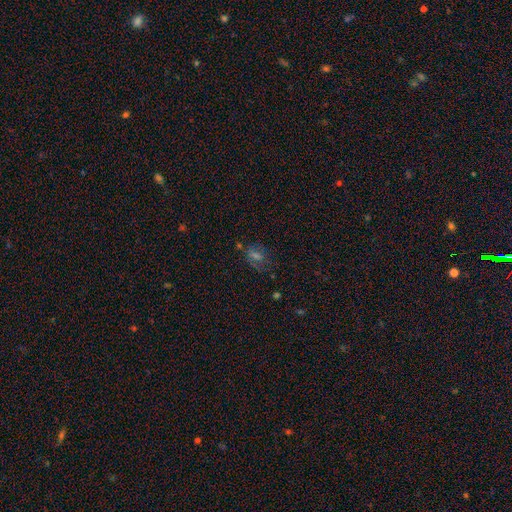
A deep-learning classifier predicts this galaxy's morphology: smooth 37%, star or artifact 36%, featured or disk 27%. Down the decision tree: merging — none (65%).